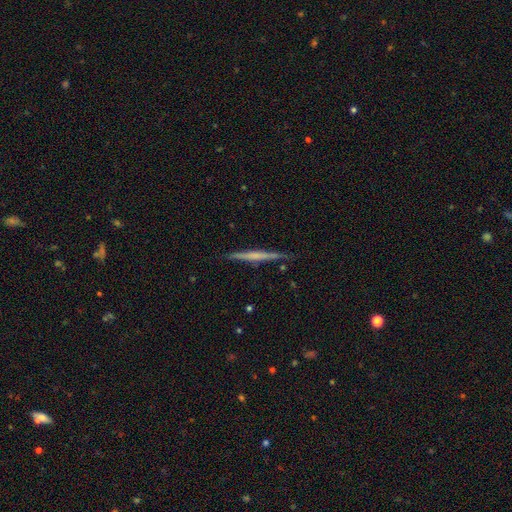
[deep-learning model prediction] Q: Smooth or featured?
A: featured or disk (61%); runner-up: smooth (33%)
Q: Edge-on disk?
A: yes (98%); runner-up: no (2%)
Q: Edge-on bulge?
A: none (62%); runner-up: rounded (25%)
Q: Merging?
A: none (88%); runner-up: minor disturbance (9%)